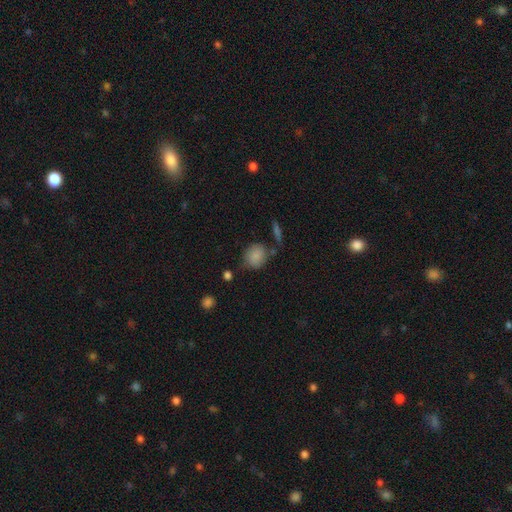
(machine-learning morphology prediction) This is clearly a smooth galaxy (84%). How rounded: likely round (70%). Merging: likely none (64%).